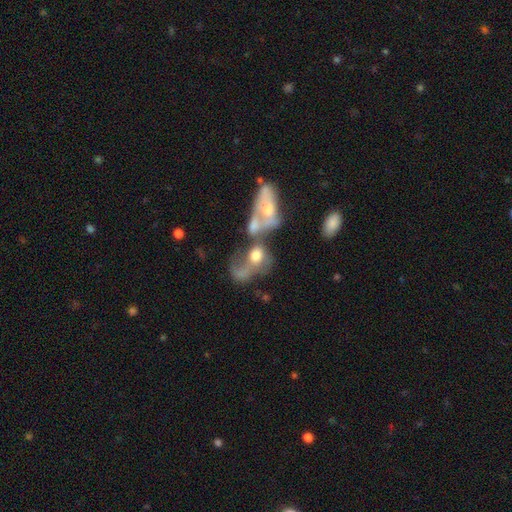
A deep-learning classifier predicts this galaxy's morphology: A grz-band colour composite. It shows a featured or disk galaxy (47%). Merging: merger (67%).